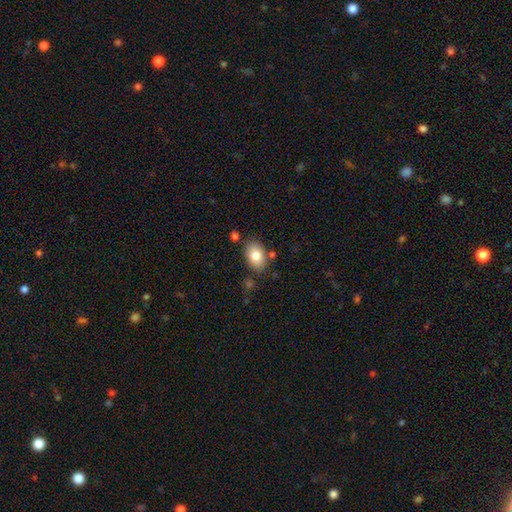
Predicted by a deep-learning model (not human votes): Morphology: type=smooth (83%); roundness=in between (88%); merging=none (78%).